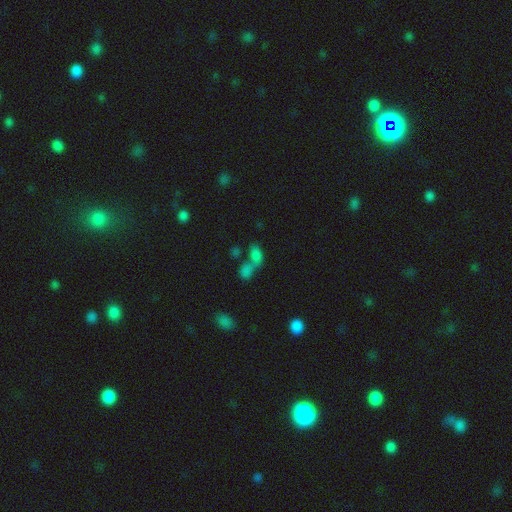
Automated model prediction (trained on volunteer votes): Smooth or featured?
  - smooth: 73% *
  - star or artifact: 16%
  - featured or disk: 11%
How rounded?
  - in between: 83% *
  - round: 12%
  - cigar-shaped: 4%
Merging?
  - merger: 61% *
  - none: 25%
  - minor disturbance: 8%
  - major disturbance: 6%